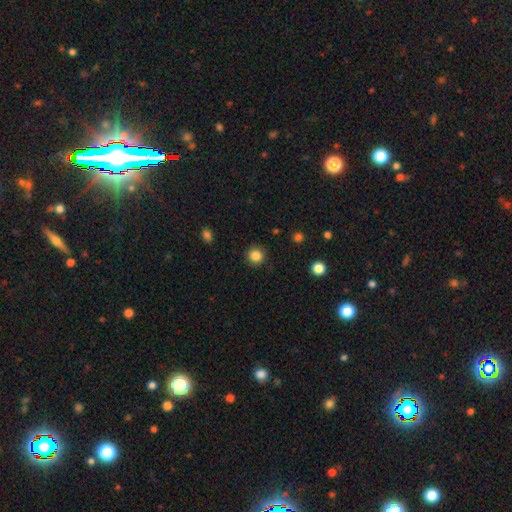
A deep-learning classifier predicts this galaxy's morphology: Overall: smooth (85%). How rounded: round (92%). Merging: none (90%).